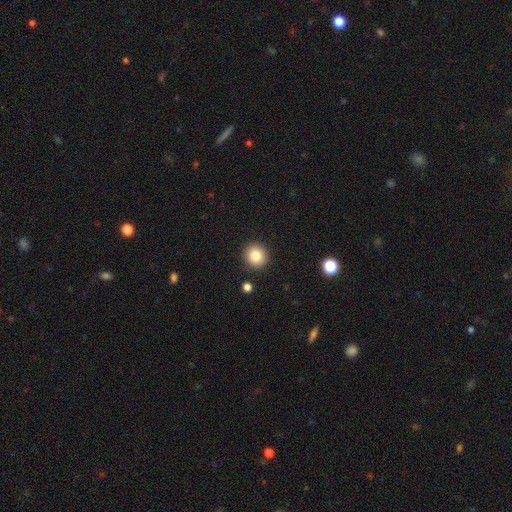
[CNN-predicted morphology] A smooth galaxy with no disk features (82%) that is round (91%). Merging: none (91%).